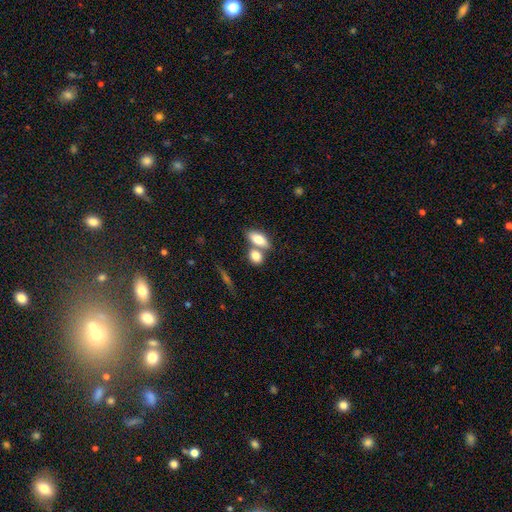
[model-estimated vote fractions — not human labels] Smooth or featured?
  - smooth: 77% *
  - featured or disk: 15%
  - star or artifact: 8%
How rounded?
  - in between: 73% *
  - round: 19%
  - cigar-shaped: 9%
Merging?
  - merger: 44% *
  - none: 43%
  - minor disturbance: 9%
  - major disturbance: 4%